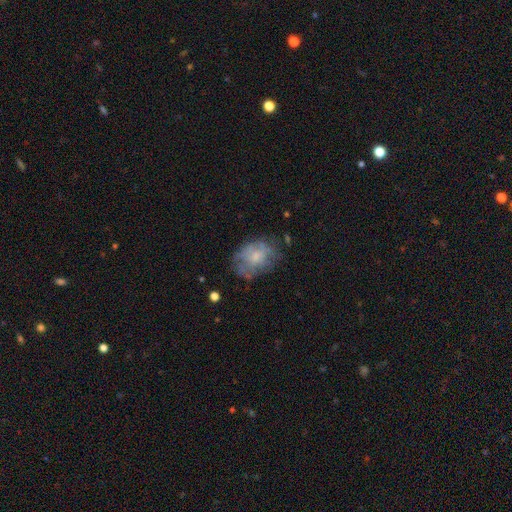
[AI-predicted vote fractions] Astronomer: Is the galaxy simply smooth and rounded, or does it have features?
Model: featured or disk — 47% (runner-up: smooth, 43%).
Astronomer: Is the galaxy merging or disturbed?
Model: none — 55%.